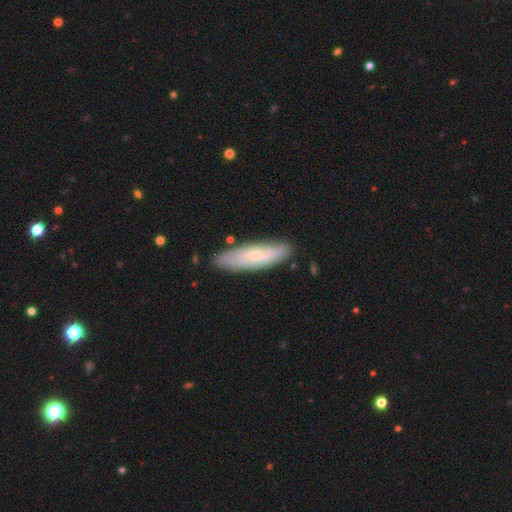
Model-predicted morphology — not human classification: Overall: featured or disk (61%; smooth 33%). Edge-on disk: no (73%). Merging: none (80%).